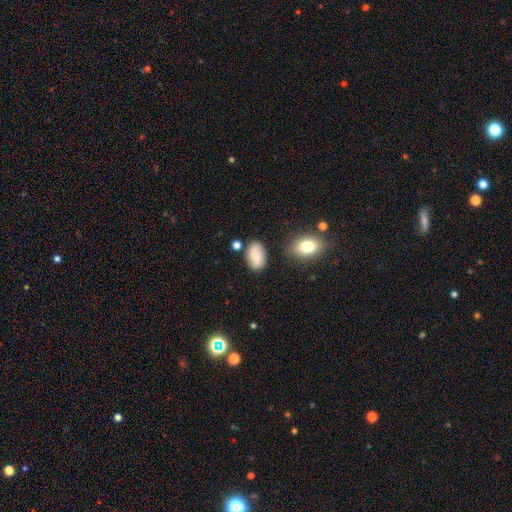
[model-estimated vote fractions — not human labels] A smooth galaxy with no disk features (67%) that is in between round and cigar-shaped (90%).

Vote fractions:
- Smooth or featured? smooth: 67% / featured or disk: 24% / star or artifact: 10%
- How rounded? in between: 90% / round: 8% / cigar-shaped: 2%
- Merging? none: 71% / minor disturbance: 18% / merger: 6% / major disturbance: 5%